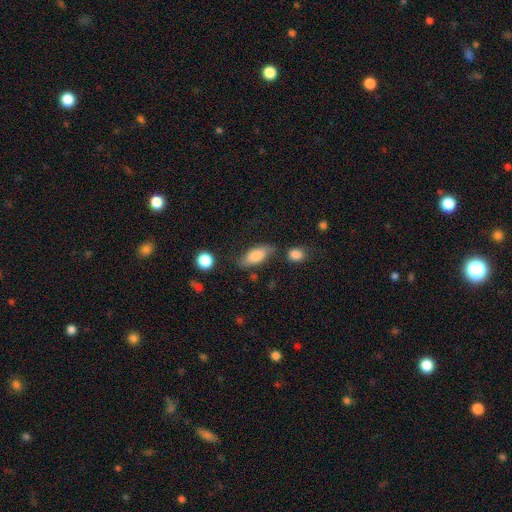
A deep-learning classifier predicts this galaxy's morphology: Smooth or featured? Predicted: smooth (p=0.74). How rounded? Predicted: in between (p=0.82). Merging? Predicted: none (p=0.64).